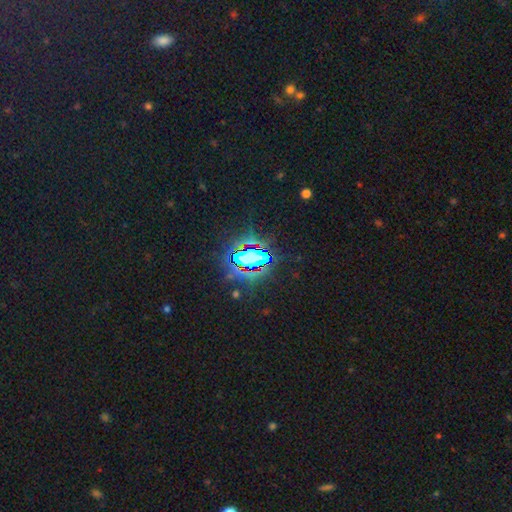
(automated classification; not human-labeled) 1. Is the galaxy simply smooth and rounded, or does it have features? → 71% star or artifact, 17% smooth, 13% featured or disk.